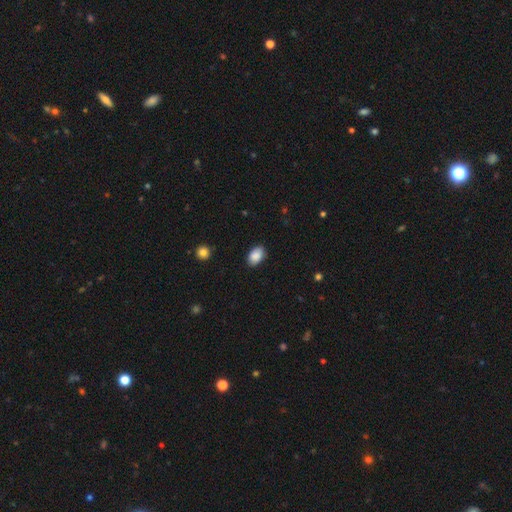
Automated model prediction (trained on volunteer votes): smooth 88%, star or artifact 7%, featured or disk 5%. Down the decision tree: how rounded — in between (89%); merging — none (87%).